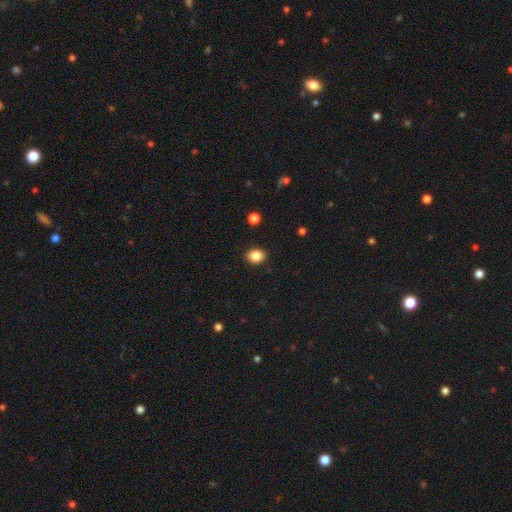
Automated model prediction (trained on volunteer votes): The model was most divided on "how rounded": in between: 51%, round: 48%, cigar-shaped: 1%. More confident: merging — none (90%); smooth or featured — smooth (86%).